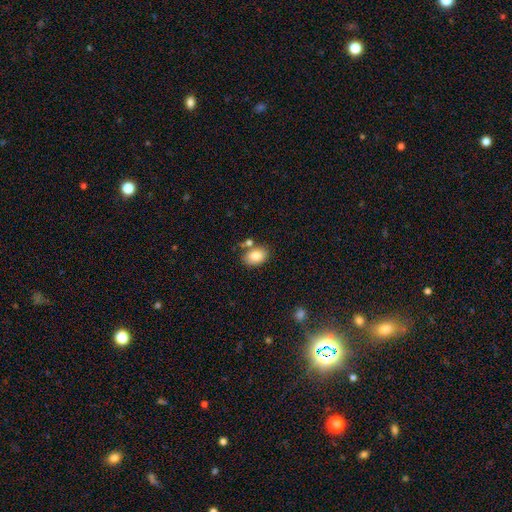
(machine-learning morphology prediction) smooth-or-featured: smooth: 83% | featured or disk: 10% | star or artifact: 8%
  how-rounded: in between: 82% | round: 17% | cigar-shaped: 1%
  merging: none: 67% | minor disturbance: 15% | merger: 14% | major disturbance: 4%